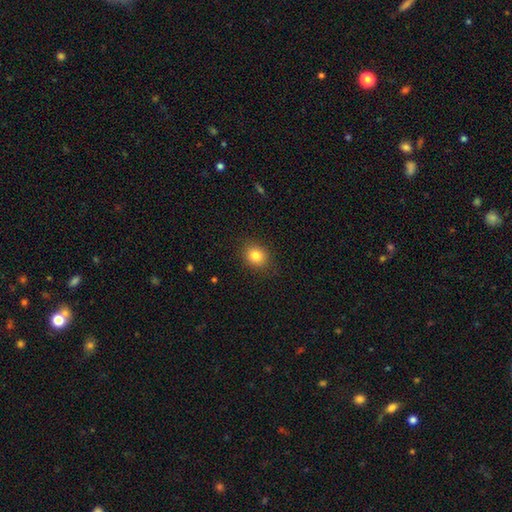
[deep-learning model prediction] smooth-or-featured: smooth: 83% | star or artifact: 11% | featured or disk: 7%
  how-rounded: round: 64% | in between: 35% | cigar-shaped: 1%
  merging: none: 87% | minor disturbance: 9% | major disturbance: 3% | merger: 1%